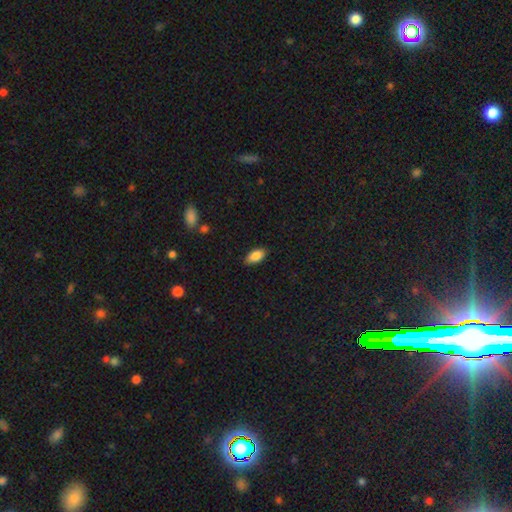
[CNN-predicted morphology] Smooth or featured? Predicted: smooth (p=0.87). How rounded? Predicted: in between (p=0.91). Merging? Predicted: none (p=0.87).